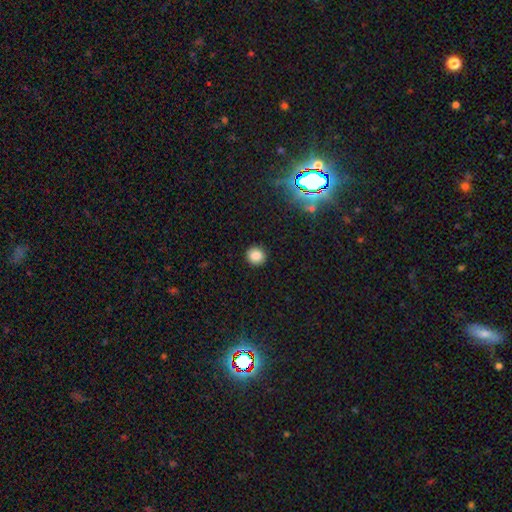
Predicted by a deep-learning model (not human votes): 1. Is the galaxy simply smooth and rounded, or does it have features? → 84% smooth, 12% star or artifact, 4% featured or disk.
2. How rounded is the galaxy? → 90% round, 9% in between, 1% cigar-shaped.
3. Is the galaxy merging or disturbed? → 91% none, 6% minor disturbance, 2% major disturbance, 1% merger.